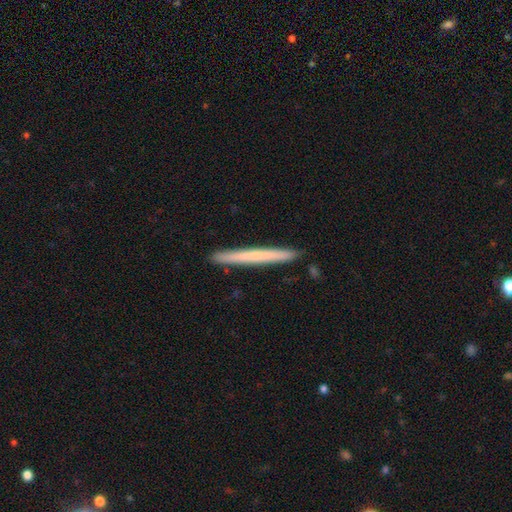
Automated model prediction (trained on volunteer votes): The model was most divided on "smooth or featured": smooth: 59%, featured or disk: 36%, star or artifact: 5%. More confident: how rounded — cigar-shaped (97%); merging — none (92%).